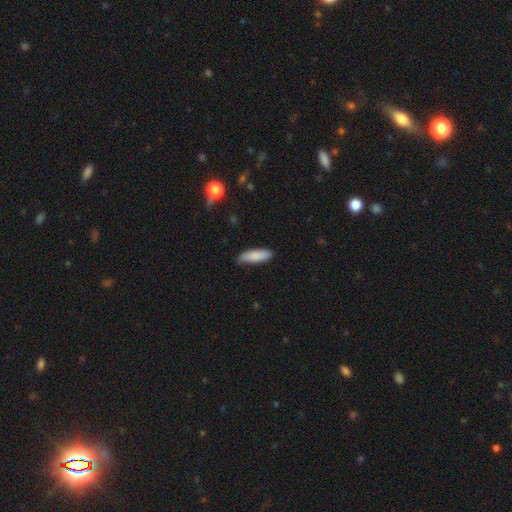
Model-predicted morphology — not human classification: type=smooth (86%); roundness=in between (53%); merging=none (75%).